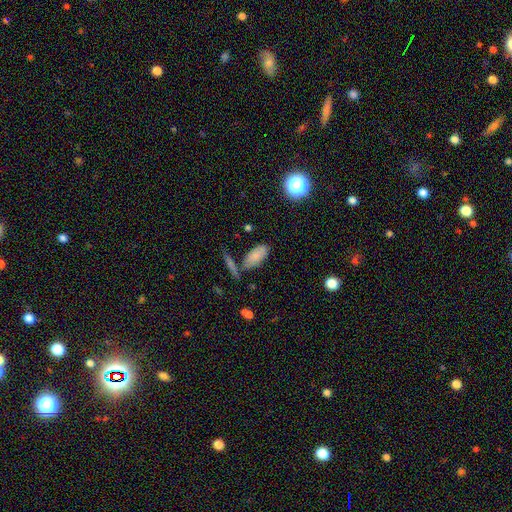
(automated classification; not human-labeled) smooth_or_featured: smooth (p=0.81) [alt: featured or disk p=0.10]
how_rounded: in between (p=0.88) [alt: cigar-shaped p=0.09]
merging: none (p=0.65) [alt: minor disturbance p=0.17]